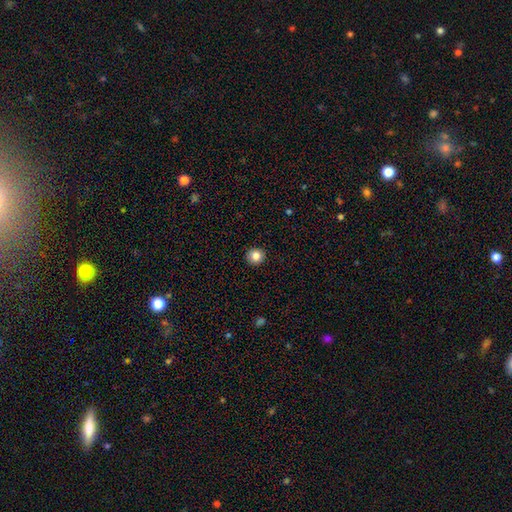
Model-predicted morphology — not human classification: Smooth or featured: smooth — 83% (star or artifact — 10%)
How rounded: round — 94% (in between — 5%)
Merging: none — 93% (minor disturbance — 5%)